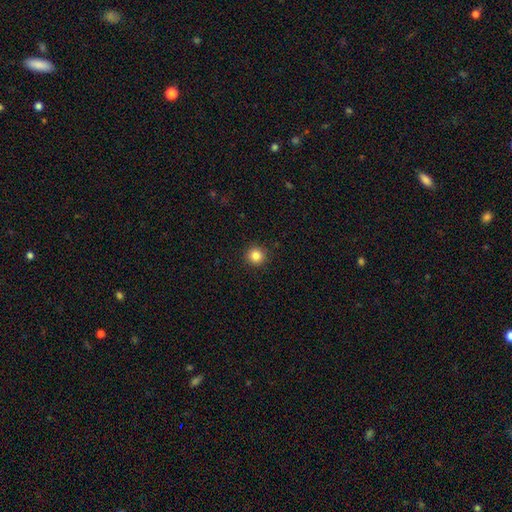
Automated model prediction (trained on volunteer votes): This is clearly a smooth galaxy (84%). How rounded: clearly round (95%). Merging: clearly none (92%).